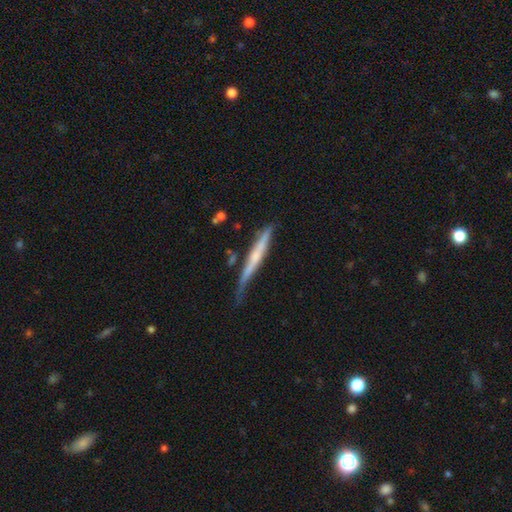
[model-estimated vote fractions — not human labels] smooth_or_featured: featured or disk (p=0.56) [alt: smooth p=0.38]
disk_edge_on: yes (p=0.94) [alt: no p=0.06]
edge_on_bulge: none (p=0.52) [alt: rounded p=0.39]
merging: none (p=0.57) [alt: minor disturbance p=0.31]